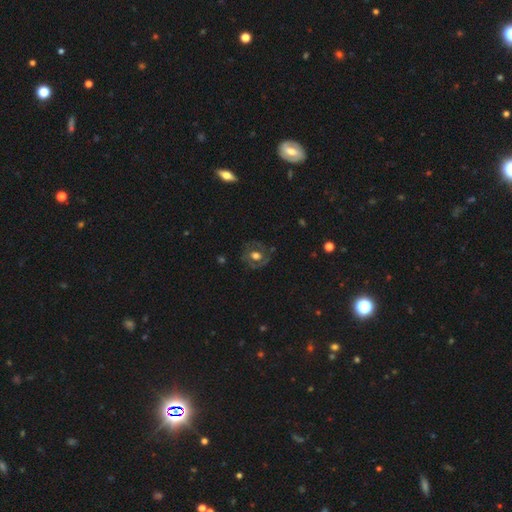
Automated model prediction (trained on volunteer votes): A featured or disk galaxy (55%) with no bar (72%), no spiral arms (61%) and a moderate central bulge (53%). Merging: none (72%).